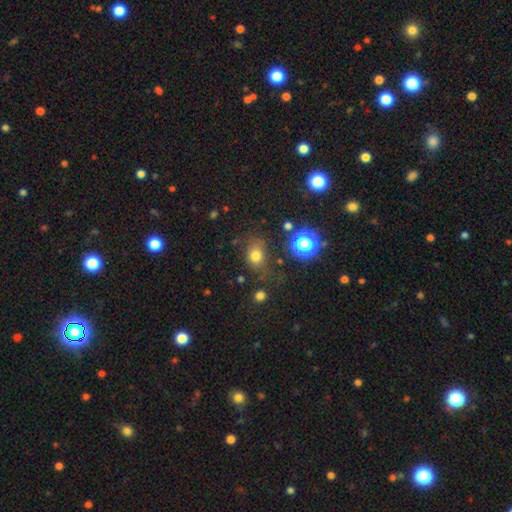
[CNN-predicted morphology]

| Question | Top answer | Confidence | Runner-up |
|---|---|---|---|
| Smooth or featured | smooth | 74% | star or artifact (18%) |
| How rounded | round | 52% | in between (46%) |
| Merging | none | 66% | minor disturbance (20%) |